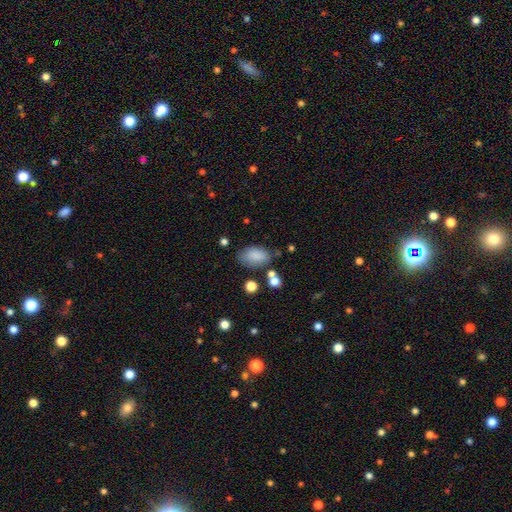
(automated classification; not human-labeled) smooth_or_featured: smooth (p=0.84) [alt: star or artifact p=0.09]
how_rounded: in between (p=0.89) [alt: round p=0.09]
merging: none (p=0.63) [alt: minor disturbance p=0.23]